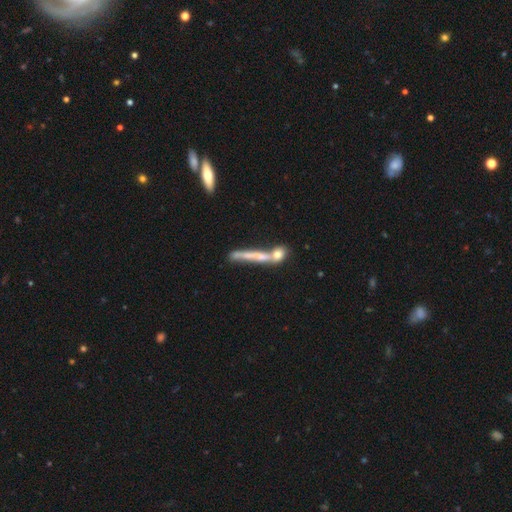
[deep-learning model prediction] smooth 47%, featured or disk 44%, star or artifact 9%. Down the decision tree: merging — none (44%).